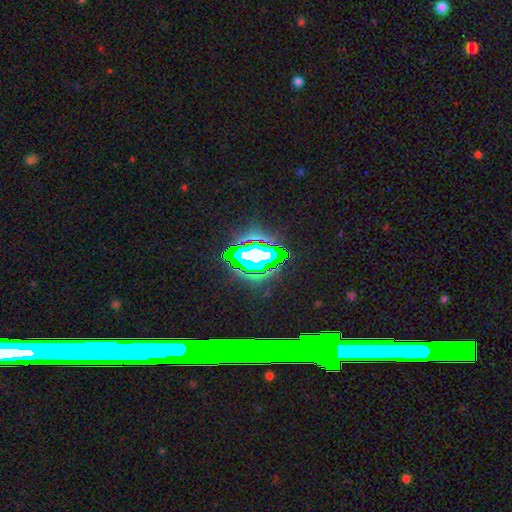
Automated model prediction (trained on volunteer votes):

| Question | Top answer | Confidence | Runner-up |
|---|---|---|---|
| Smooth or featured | star or artifact | 67% | smooth (17%) |